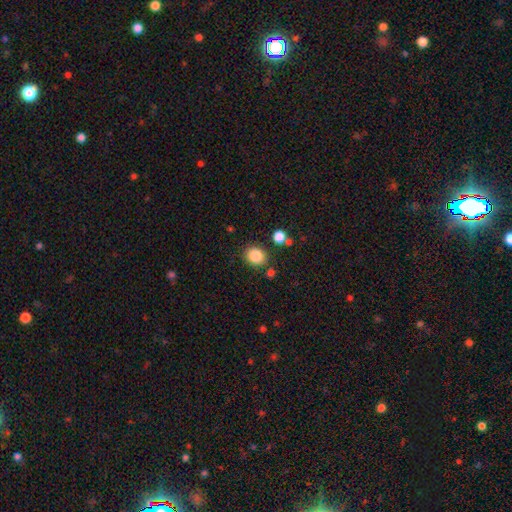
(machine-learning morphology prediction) smooth 85%, star or artifact 10%, featured or disk 5%. Down the decision tree: how rounded — round (72%); merging — none (83%).